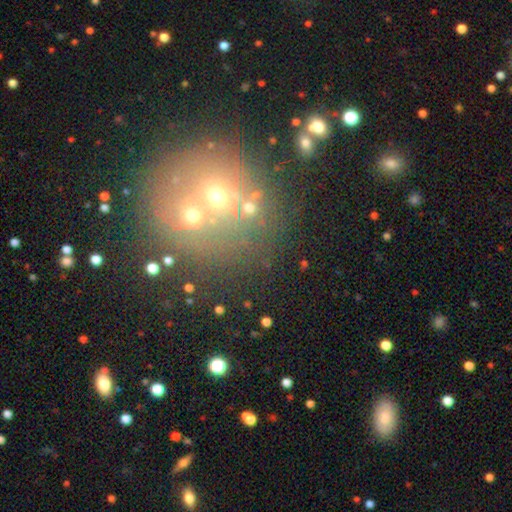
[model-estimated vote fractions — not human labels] smooth 43%, star or artifact 32%, featured or disk 26%. Down the decision tree: merging — merger (45%).